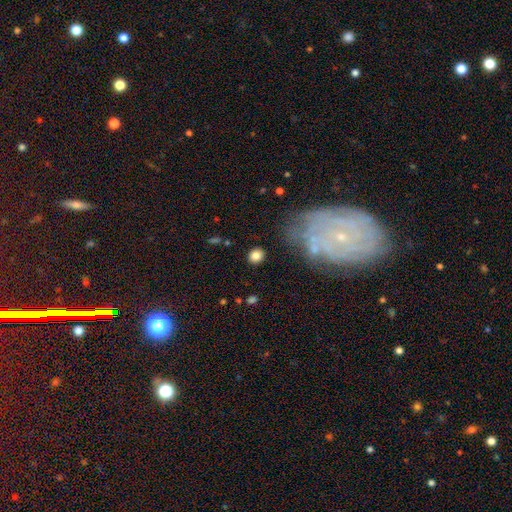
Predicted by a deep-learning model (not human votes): A smooth galaxy with no disk features (82%) that is round (74%). Merging: none (86%).